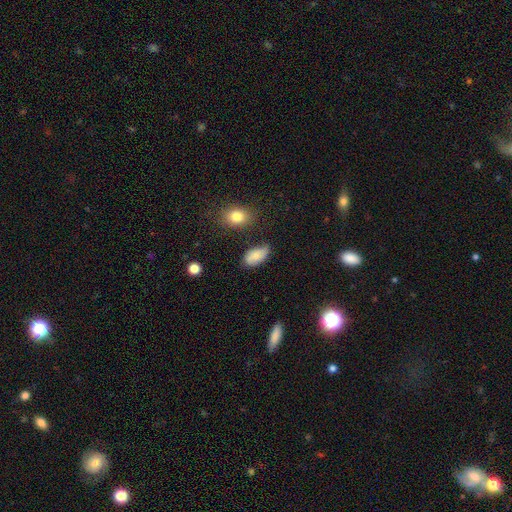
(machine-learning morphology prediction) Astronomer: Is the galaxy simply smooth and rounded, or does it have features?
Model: smooth — 74%.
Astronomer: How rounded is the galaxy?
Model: in between — 93%.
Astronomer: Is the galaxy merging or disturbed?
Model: none — 64%.